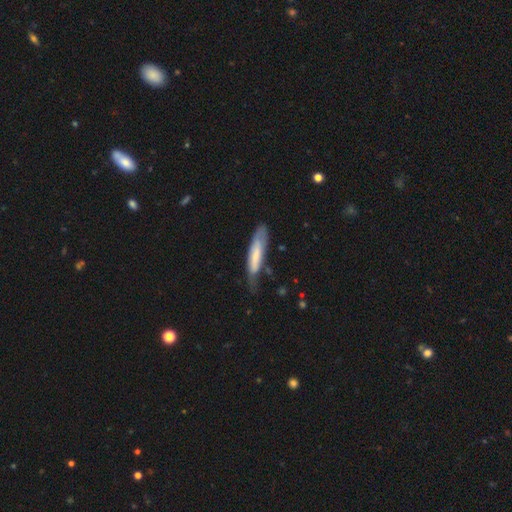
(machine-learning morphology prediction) Overall: smooth (60%; featured or disk 34%). How rounded: cigar-shaped (78%). Merging: none (51%; minor disturbance 33%).